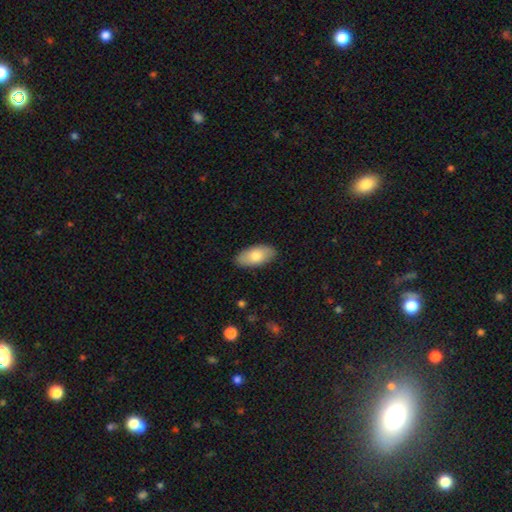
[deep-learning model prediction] Morphology: type=smooth (77%); roundness=in between (93%); merging=none (87%).